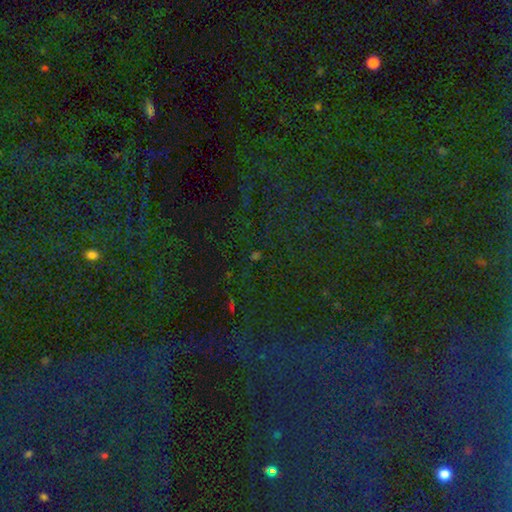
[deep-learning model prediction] star or artifact 78%, smooth 14%, featured or disk 8%.